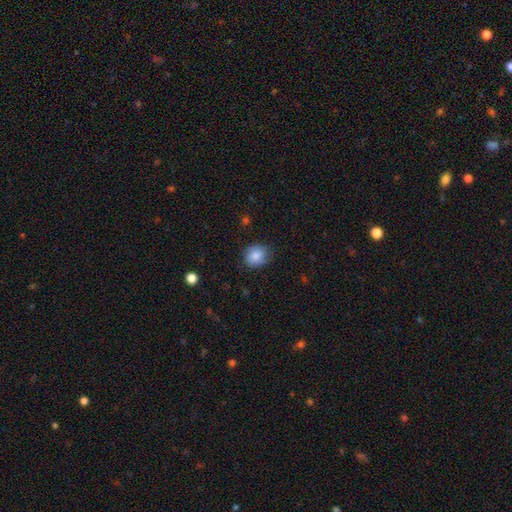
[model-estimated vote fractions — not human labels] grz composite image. It shows a smooth galaxy with no disk features (81%) that is round (67%). Merging: none (75%).